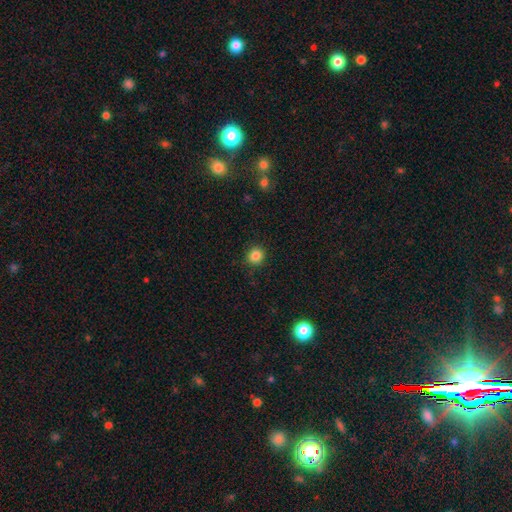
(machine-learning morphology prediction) A smooth galaxy with no disk features (85%) that is round (89%). Merging: none (89%).